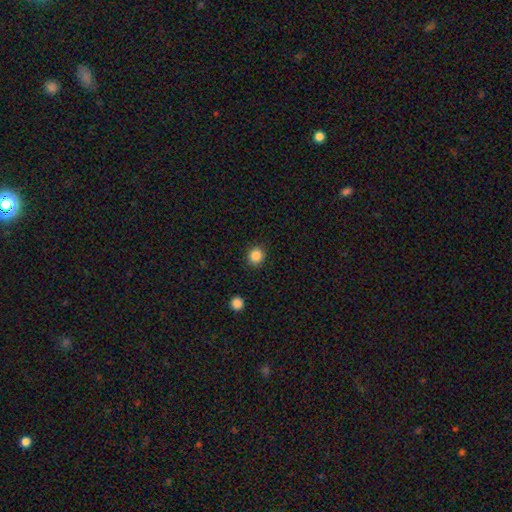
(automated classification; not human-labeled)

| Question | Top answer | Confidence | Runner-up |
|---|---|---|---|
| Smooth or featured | smooth | 85% | star or artifact (11%) |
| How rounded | round | 85% | in between (14%) |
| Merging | none | 91% | minor disturbance (6%) |